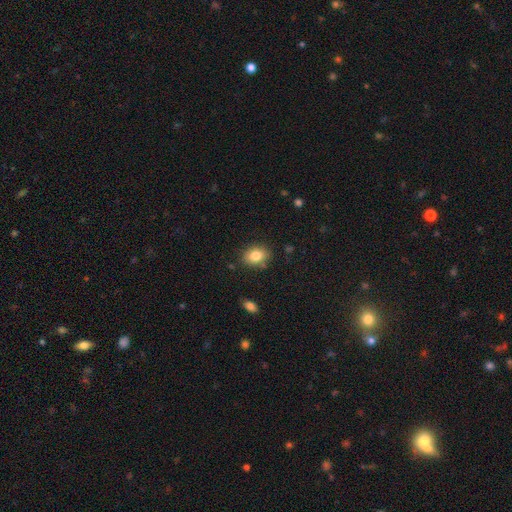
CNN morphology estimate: A smooth galaxy with no disk features (83%) that is in between round and cigar-shaped (68%).

Vote fractions:
- Smooth or featured? smooth: 83% / star or artifact: 9% / featured or disk: 8%
- How rounded? in between: 68% / round: 31% / cigar-shaped: 1%
- Merging? none: 83% / minor disturbance: 11% / major disturbance: 3% / merger: 3%